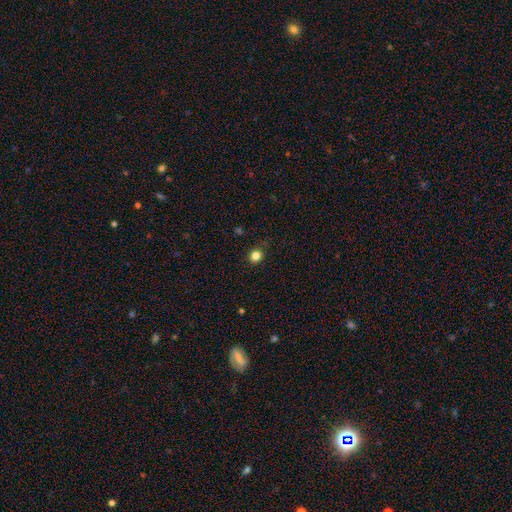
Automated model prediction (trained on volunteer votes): The model was most divided on "smooth or featured": smooth: 83%, star or artifact: 13%, featured or disk: 4%. More confident: merging — none (91%); how rounded — round (88%).